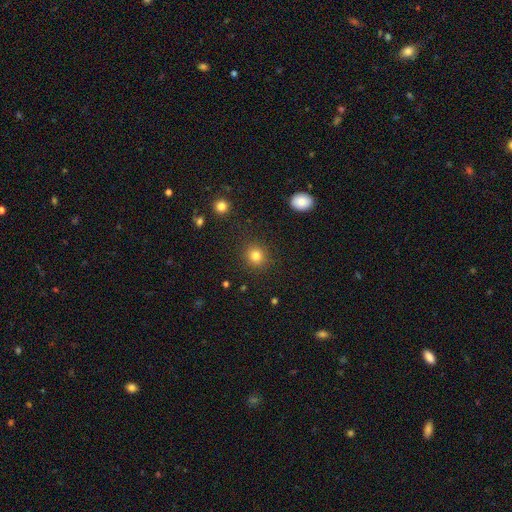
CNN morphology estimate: smooth_or_featured: smooth (p=0.83) [alt: star or artifact p=0.12]
how_rounded: round (p=0.87) [alt: in between p=0.12]
merging: none (p=0.90) [alt: minor disturbance p=0.06]